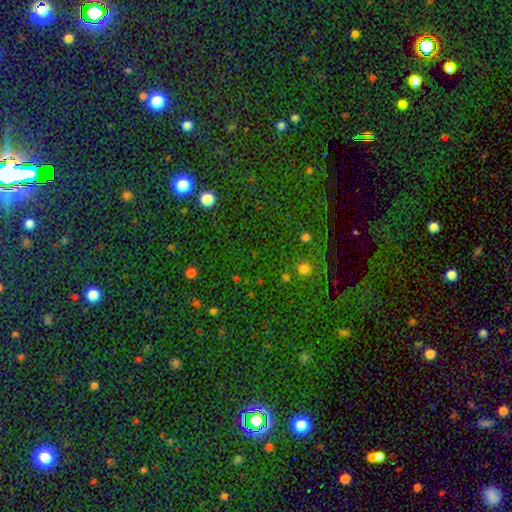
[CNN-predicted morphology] This is likely a star or artifact rather than a galaxy (75%).